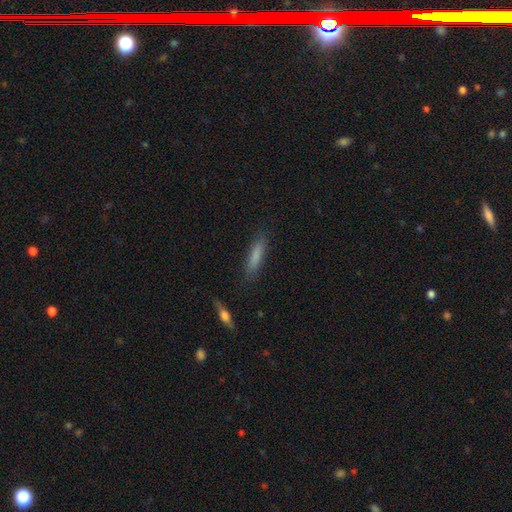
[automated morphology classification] A smooth galaxy with no disk features (80%) that is cigar-shaped (78%).

Vote fractions:
- Smooth or featured? smooth: 80% / featured or disk: 13% / star or artifact: 7%
- How rounded? cigar-shaped: 78% / in between: 20% / round: 2%
- Merging? none: 84% / minor disturbance: 12% / major disturbance: 3% / merger: 2%